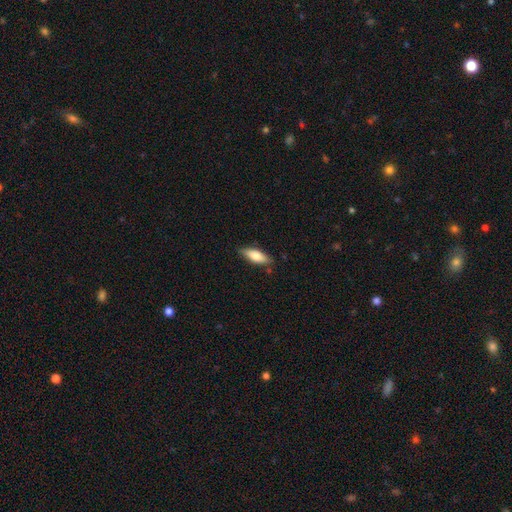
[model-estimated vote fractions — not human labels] A smooth galaxy with no disk features (76%) that is in between round and cigar-shaped (66%).

Vote fractions:
- Smooth or featured? smooth: 76% / featured or disk: 18% / star or artifact: 6%
- How rounded? in between: 66% / cigar-shaped: 32% / round: 2%
- Merging? none: 82% / minor disturbance: 14% / major disturbance: 2% / merger: 2%